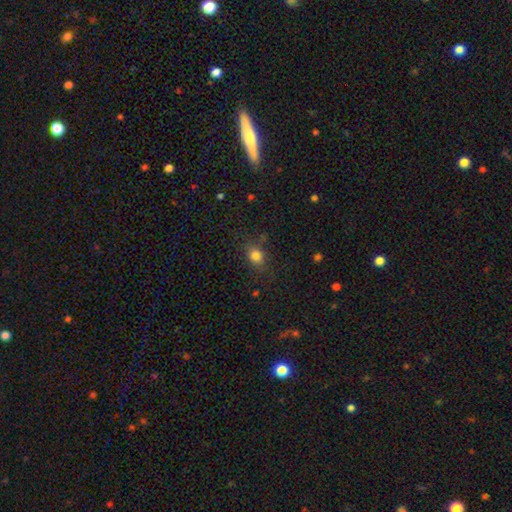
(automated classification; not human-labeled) smooth-or-featured: smooth: 81% | star or artifact: 12% | featured or disk: 7%
  how-rounded: in between: 50% | round: 48% | cigar-shaped: 2%
  merging: none: 76% | minor disturbance: 16% | major disturbance: 6% | merger: 2%